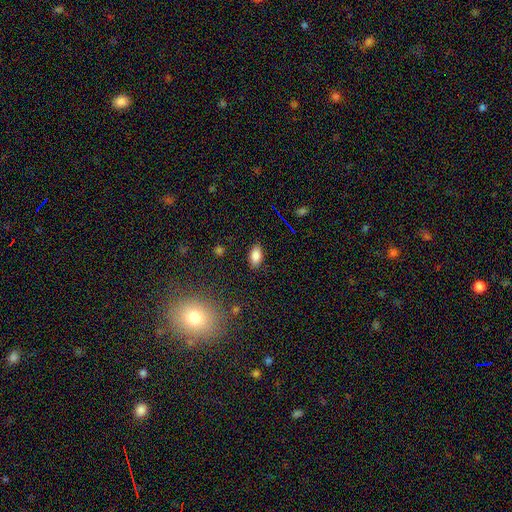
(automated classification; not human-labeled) smooth_or_featured: smooth (p=0.83) [alt: star or artifact p=0.10]
how_rounded: in between (p=0.91) [alt: round p=0.05]
merging: none (p=0.85) [alt: minor disturbance p=0.11]